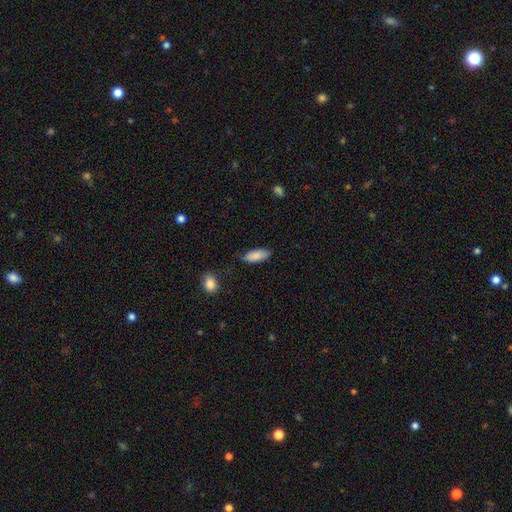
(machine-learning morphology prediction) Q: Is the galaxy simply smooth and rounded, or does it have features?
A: smooth — 87%.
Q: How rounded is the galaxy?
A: in between — 79%.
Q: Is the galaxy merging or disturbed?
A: none — 79%.